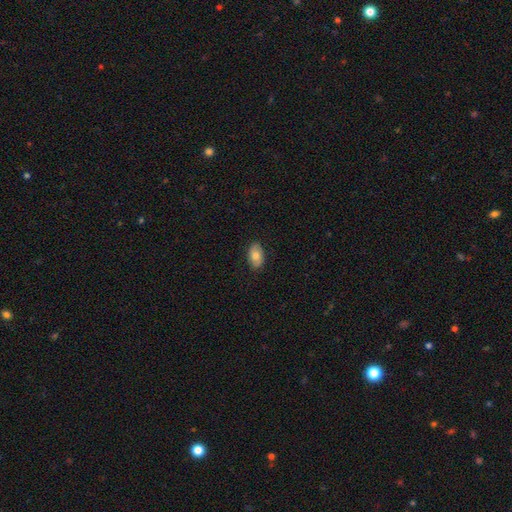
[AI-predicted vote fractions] Overall: smooth (75%). How rounded: in between (92%). Merging: none (86%).